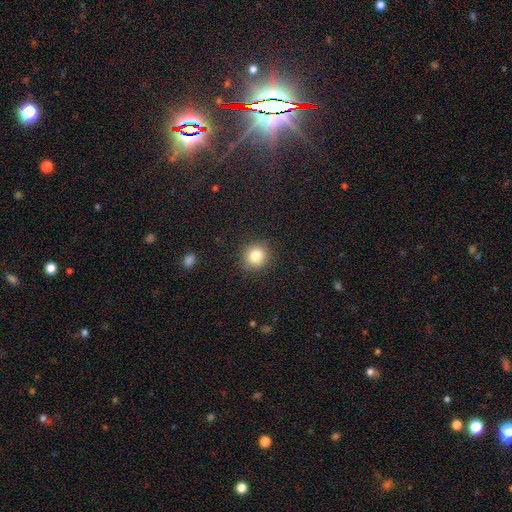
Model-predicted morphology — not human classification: Overall: smooth (82%). How rounded: round (88%). Merging: none (88%).